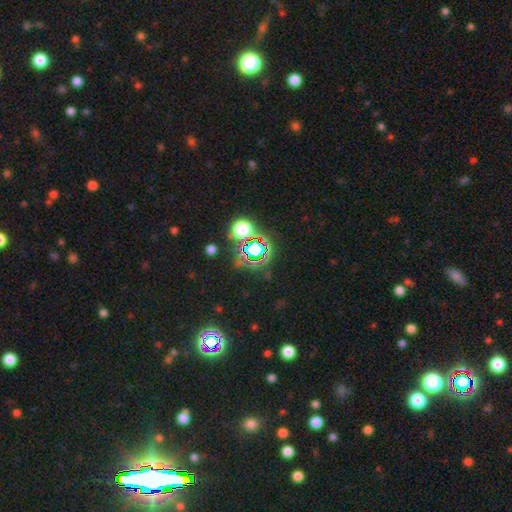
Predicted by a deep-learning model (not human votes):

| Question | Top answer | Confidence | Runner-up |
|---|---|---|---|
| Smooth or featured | star or artifact | 78% | smooth (15%) |